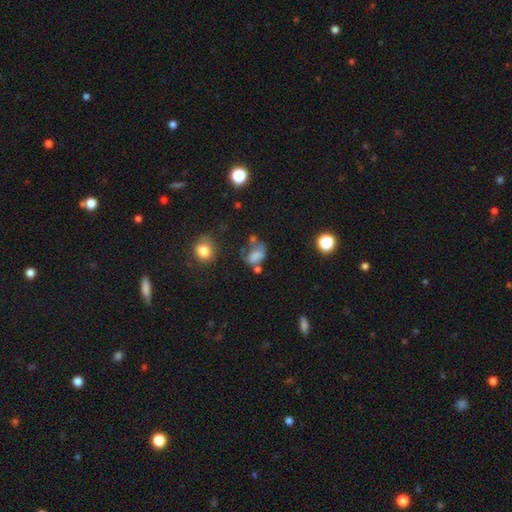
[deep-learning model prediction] The model was most divided on "merging": major disturbance: 32%, none: 25%, merger: 23%, minor disturbance: 20%. More confident: how rounded — in between (72%); smooth or featured — smooth (57%).